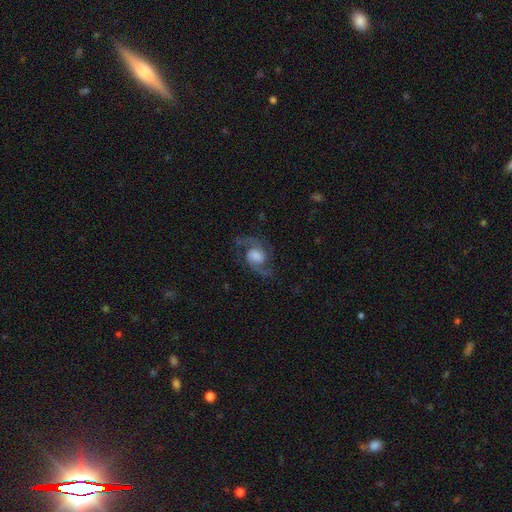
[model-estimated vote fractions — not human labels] Smooth or featured: featured or disk — 84% (smooth — 10%)
Edge-on disk: no — 98% (yes — 2%)
Bar: no — 57% (weak — 35%)
Spiral arms: yes — 97% (no — 3%)
Spiral winding: medium — 54% (loose — 32%)
Spiral arm count: 2 — 92% (can't tell — 2%)
Bulge size: large — 41% (moderate — 24%)
Merging: none — 73% (minor disturbance — 15%)